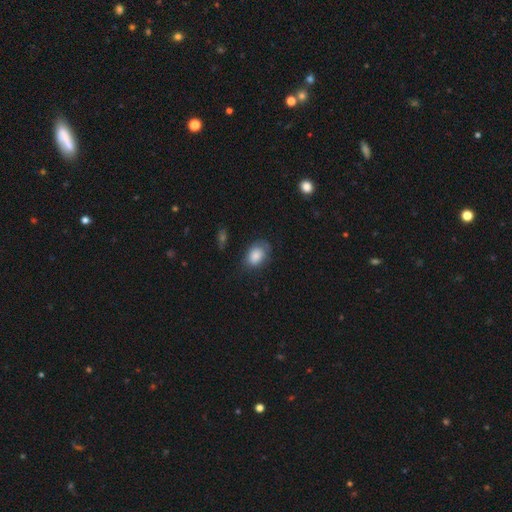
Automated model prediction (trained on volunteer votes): The model was most divided on "merging": none: 62%, minor disturbance: 27%, major disturbance: 9%, merger: 2%. More confident: how rounded — in between (83%); smooth or featured — smooth (82%).